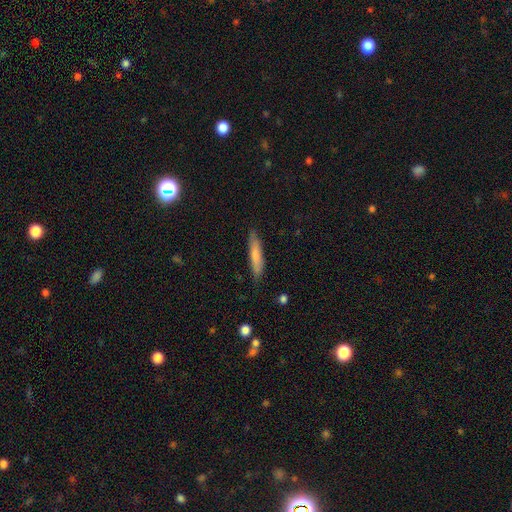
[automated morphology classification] smooth_or_featured: smooth (p=0.74) [alt: featured or disk p=0.21]
how_rounded: cigar-shaped (p=0.85) [alt: in between p=0.13]
merging: none (p=0.82) [alt: minor disturbance p=0.15]